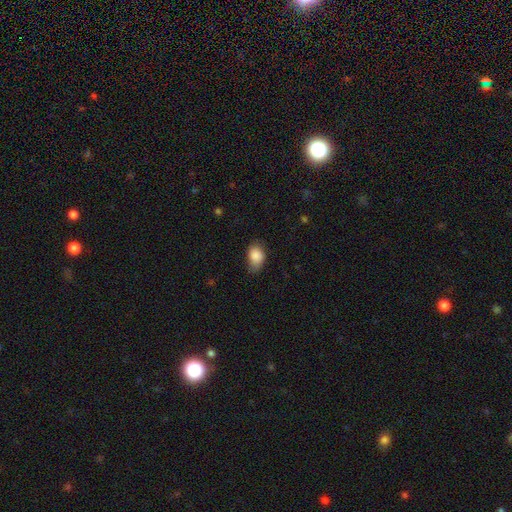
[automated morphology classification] The model was most divided on "merging": none: 57%, minor disturbance: 34%, major disturbance: 8%, merger: 1%. More confident: smooth or featured — smooth (86%); how rounded — in between (79%).